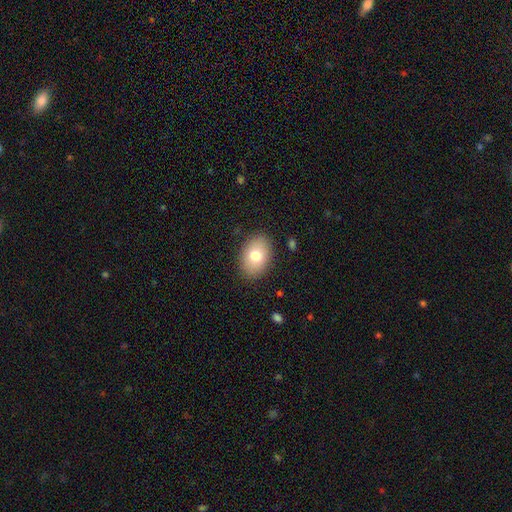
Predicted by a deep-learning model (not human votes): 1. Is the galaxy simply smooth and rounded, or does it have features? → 76% smooth, 16% featured or disk, 8% star or artifact.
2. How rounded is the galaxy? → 80% in between, 19% round, 1% cigar-shaped.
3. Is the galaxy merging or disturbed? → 86% none, 10% minor disturbance, 3% major disturbance, 1% merger.